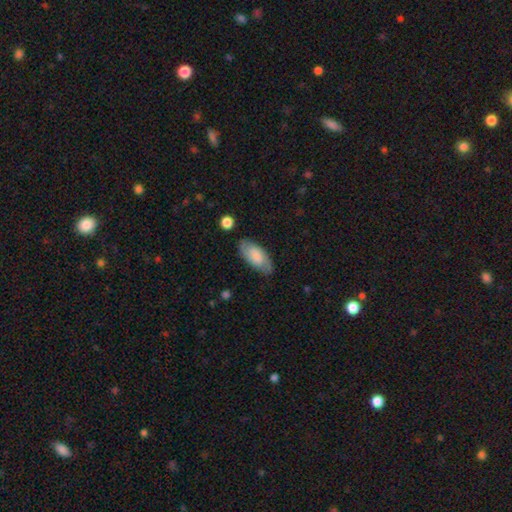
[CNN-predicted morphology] The model was most divided on "smooth or featured": smooth: 67%, featured or disk: 27%, star or artifact: 6%. More confident: how rounded — in between (89%); merging — none (76%).